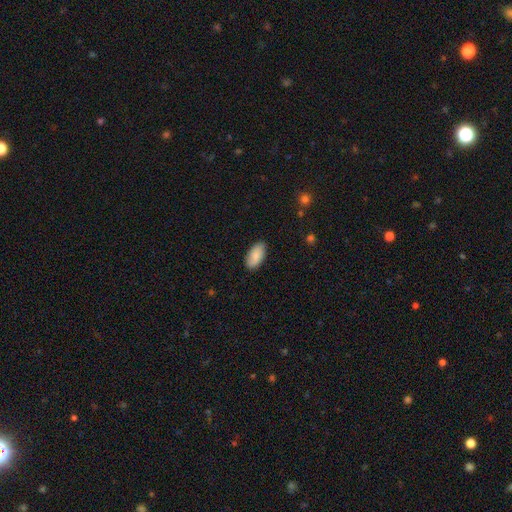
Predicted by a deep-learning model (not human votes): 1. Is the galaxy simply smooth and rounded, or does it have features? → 83% smooth, 11% featured or disk, 6% star or artifact.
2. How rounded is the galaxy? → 94% in between, 3% cigar-shaped, 3% round.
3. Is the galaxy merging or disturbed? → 84% none, 13% minor disturbance, 2% major disturbance, 1% merger.